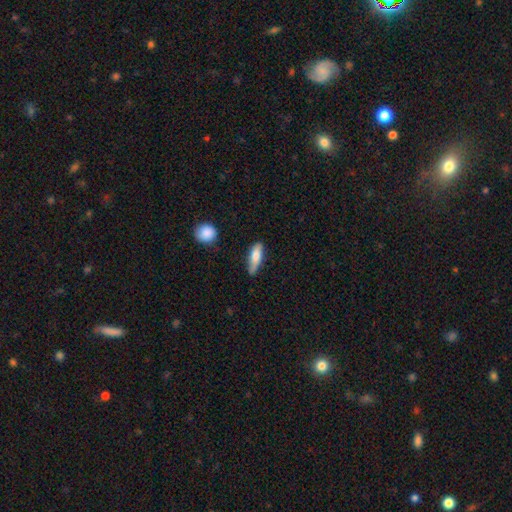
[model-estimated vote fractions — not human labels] Smooth or featured: smooth — 70% (featured or disk — 24%)
How rounded: in between — 52% (cigar-shaped — 45%)
Merging: none — 66% (minor disturbance — 27%)